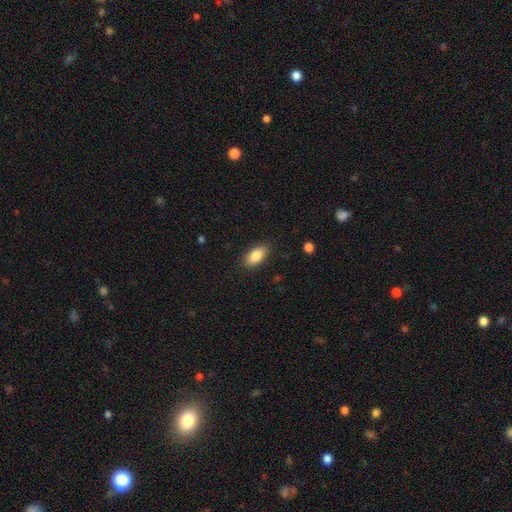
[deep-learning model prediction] Smooth or featured? smooth (85%)
How rounded? in between (91%)
Merging? none (88%)